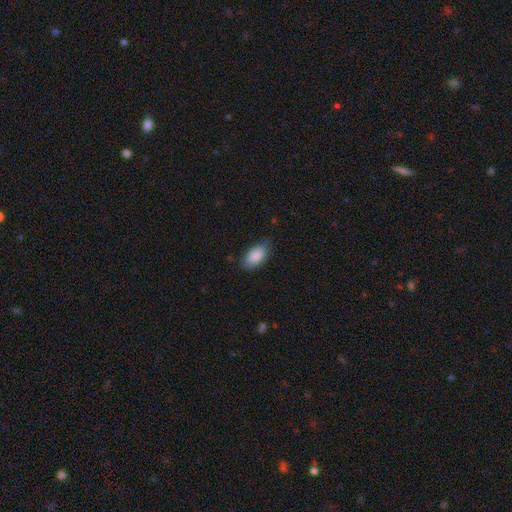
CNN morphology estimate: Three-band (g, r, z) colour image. It shows a smooth galaxy with no disk features (88%) that is in between round and cigar-shaped (92%). Merging: none (72%).